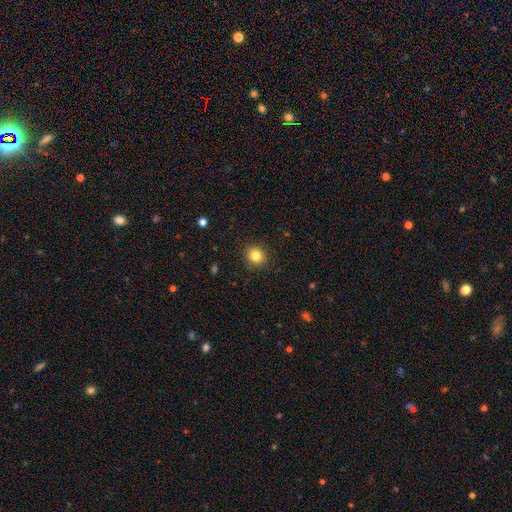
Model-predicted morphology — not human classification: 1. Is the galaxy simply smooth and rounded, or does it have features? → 83% smooth, 11% star or artifact, 6% featured or disk.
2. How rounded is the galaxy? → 86% round, 13% in between, 1% cigar-shaped.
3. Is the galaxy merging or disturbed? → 90% none, 6% minor disturbance, 2% major disturbance, 1% merger.